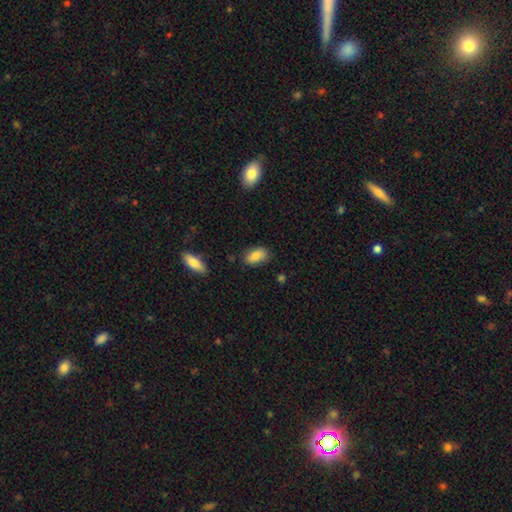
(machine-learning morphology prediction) smooth 85%, star or artifact 8%, featured or disk 8%. Down the decision tree: how rounded — in between (90%); merging — none (79%).